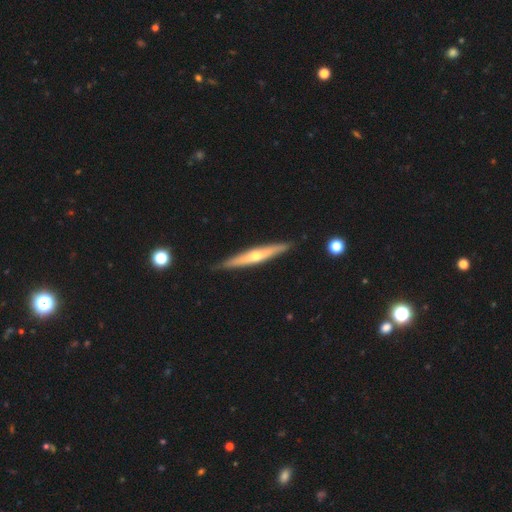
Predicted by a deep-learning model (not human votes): This is likely a featured or disk galaxy (65%). It is clearly viewed edge-on (94%). Edge-on bulge: clearly rounded (84%). Merging: clearly none (88%).